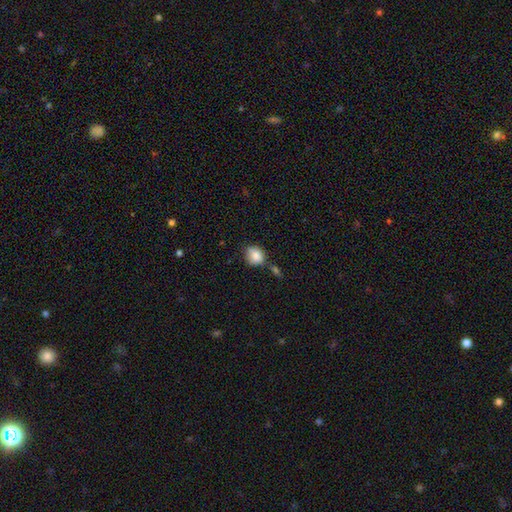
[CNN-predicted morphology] A smooth galaxy with no disk features (82%) that is round (70%).

Vote fractions:
- Smooth or featured? smooth: 82% / featured or disk: 9% / star or artifact: 9%
- How rounded? round: 70% / in between: 29% / cigar-shaped: 1%
- Merging? none: 55% / minor disturbance: 24% / merger: 15% / major disturbance: 6%